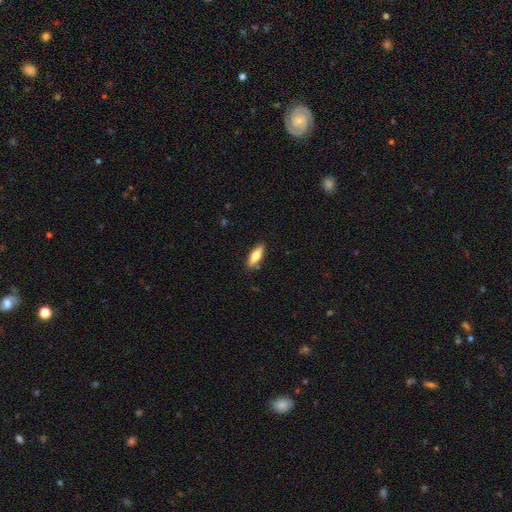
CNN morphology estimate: Overall: smooth (66%; featured or disk 28%). How rounded: in between (64%; cigar-shaped 34%). Merging: none (86%).